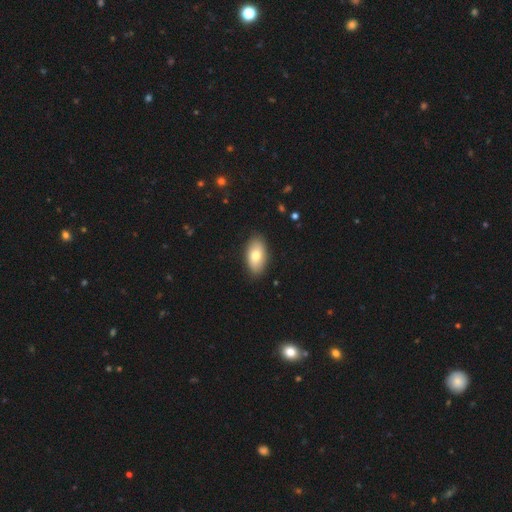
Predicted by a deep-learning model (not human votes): smooth-or-featured: smooth: 76% | featured or disk: 18% | star or artifact: 6%
  how-rounded: in between: 94% | round: 3% | cigar-shaped: 3%
  merging: none: 88% | minor disturbance: 9% | major disturbance: 2% | merger: 1%